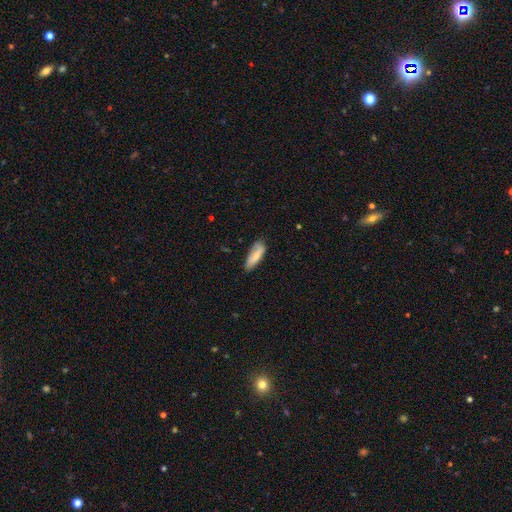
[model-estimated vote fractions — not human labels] Smooth or featured: smooth — 70% (featured or disk — 24%)
How rounded: in between — 67% (cigar-shaped — 31%)
Merging: none — 68% (minor disturbance — 25%)